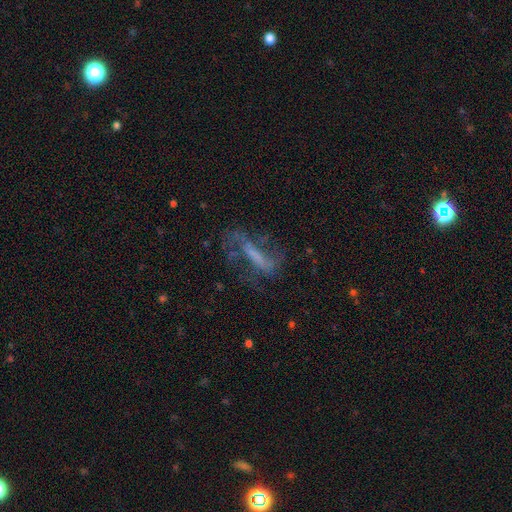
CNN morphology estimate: Smooth or featured? featured or disk (60%)
Edge-on disk? no (79%)
Merging? none (45%)